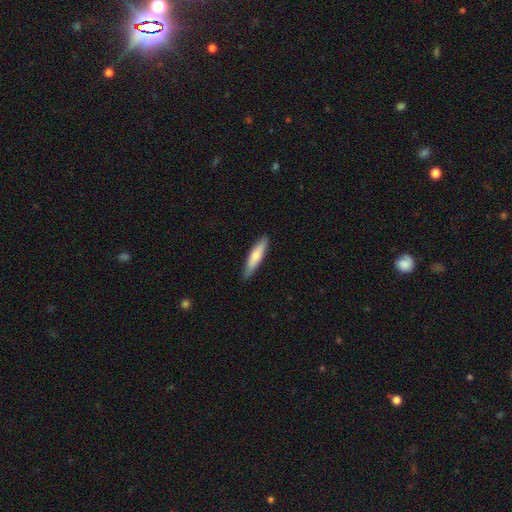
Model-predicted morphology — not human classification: Smooth or featured?
  - smooth: 71% *
  - featured or disk: 24%
  - star or artifact: 5%
How rounded?
  - cigar-shaped: 79% *
  - in between: 19%
  - round: 1%
Merging?
  - none: 87% *
  - minor disturbance: 10%
  - major disturbance: 2%
  - merger: 1%